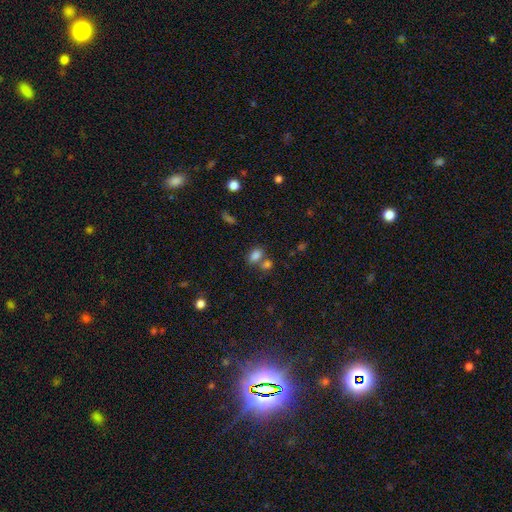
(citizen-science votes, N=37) A smooth galaxy with no disk features (97%) that is in between round and cigar-shaped (92%). Merging: none (50%).